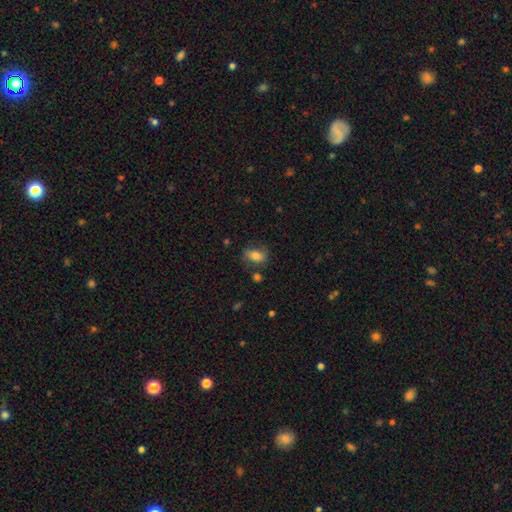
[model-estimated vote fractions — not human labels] Smooth or featured? Predicted: smooth (p=0.75). How rounded? Predicted: in between (p=0.81). Merging? Predicted: none (p=0.70).